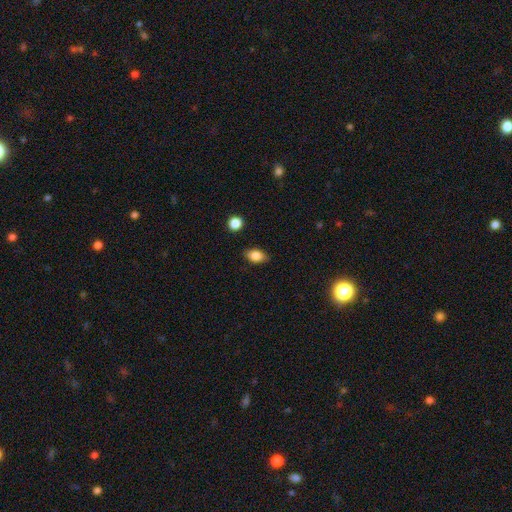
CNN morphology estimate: smooth 83%, star or artifact 9%, featured or disk 9%. Down the decision tree: how rounded — in between (84%); merging — none (83%).